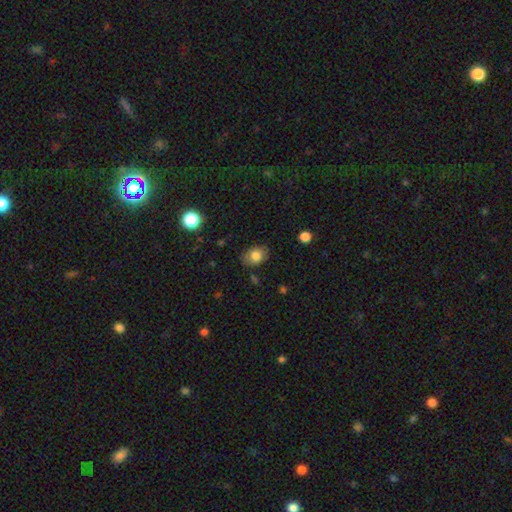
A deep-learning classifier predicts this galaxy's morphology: smooth 79%, featured or disk 12%, star or artifact 9%. Down the decision tree: how rounded — in between (67%); merging — none (77%).